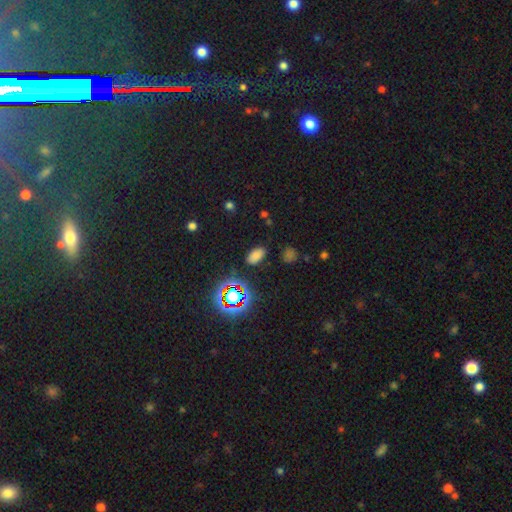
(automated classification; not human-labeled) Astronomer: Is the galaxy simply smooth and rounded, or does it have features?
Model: smooth — 71%.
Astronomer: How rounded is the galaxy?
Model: in between — 92%.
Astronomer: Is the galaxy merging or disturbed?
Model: none — 85%.